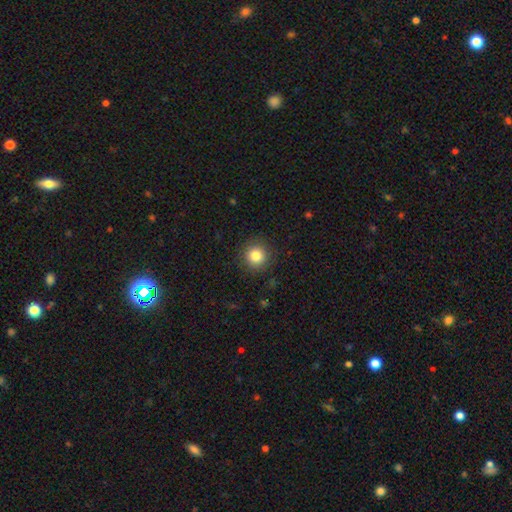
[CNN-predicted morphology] Q: Smooth or featured?
A: smooth (83%); runner-up: star or artifact (11%)
Q: How rounded?
A: round (95%); runner-up: in between (4%)
Q: Merging?
A: none (91%); runner-up: minor disturbance (6%)